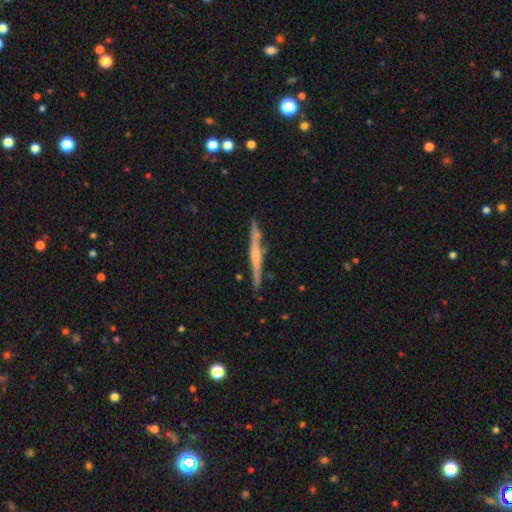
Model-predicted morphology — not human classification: Smooth or featured: featured or disk — 63% (smooth — 32%)
Edge-on disk: yes — 98% (no — 2%)
Edge-on bulge: rounded — 42% (none — 35%)
Merging: none — 85% (minor disturbance — 10%)